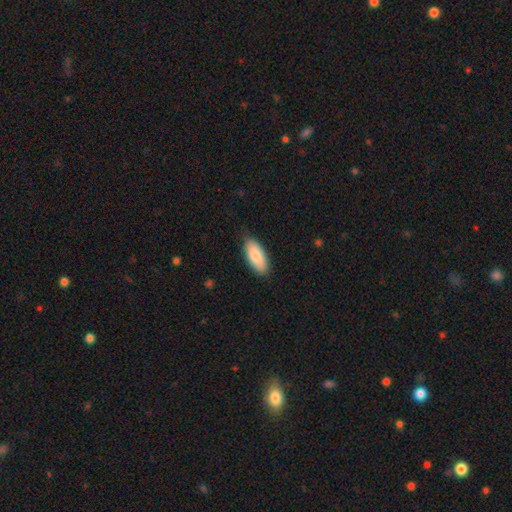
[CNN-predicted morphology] Overall: smooth (85%). How rounded: in between (87%). Merging: none (84%).